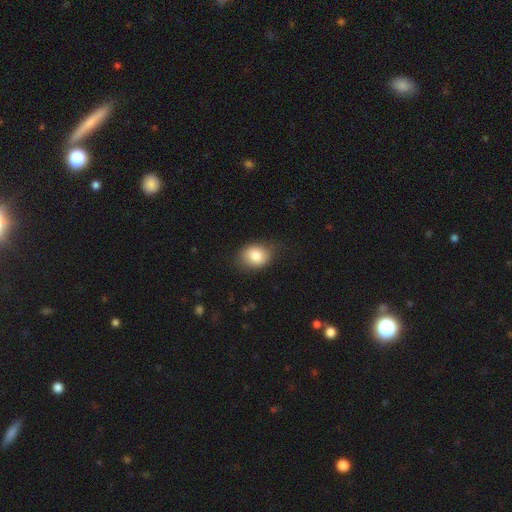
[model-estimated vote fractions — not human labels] A smooth galaxy with no disk features (82%) that is in between round and cigar-shaped (58%).

Vote fractions:
- Smooth or featured? smooth: 82% / featured or disk: 10% / star or artifact: 8%
- How rounded? in between: 58% / round: 41% / cigar-shaped: 1%
- Merging? none: 75% / minor disturbance: 19% / major disturbance: 5% / merger: 1%